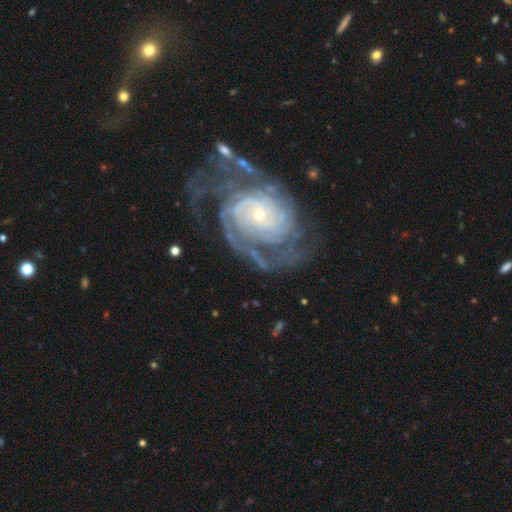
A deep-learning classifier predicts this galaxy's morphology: A featured or disk galaxy (88%) with no bar (70%), tight (63%) spiral arms (95%) and a small central bulge (76%).

Vote fractions:
- Smooth or featured? featured or disk: 88% / star or artifact: 6% / smooth: 6%
- Edge-on disk? no: 97% / yes: 3%
- Bar? no: 70% / weak: 20% / strong: 9%
- Spiral arms? yes: 95% / no: 5%
- Spiral winding? tight: 63% / medium: 29% / loose: 8%
- Spiral arm count? can't tell: 28% / 2: 27% / 3: 18% / 4: 12% / more than 4: 8% / 1: 7%
- Bulge size? small: 76% / moderate: 19% / large: 3% / none: 2% / dominant: 1%
- Merging? none: 54% / major disturbance: 23% / minor disturbance: 18% / merger: 4%